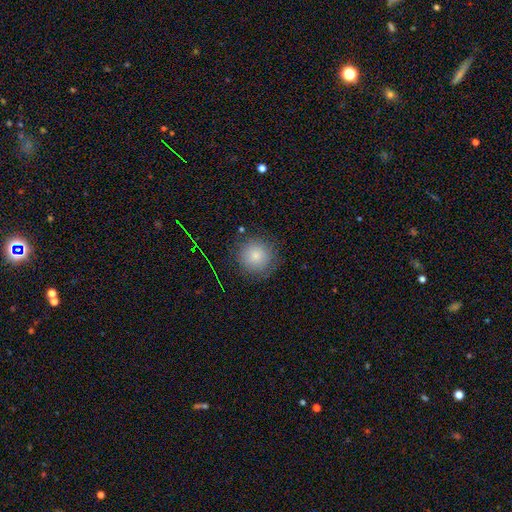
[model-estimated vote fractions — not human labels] Overall: smooth (81%). How rounded: round (94%). Merging: none (85%).